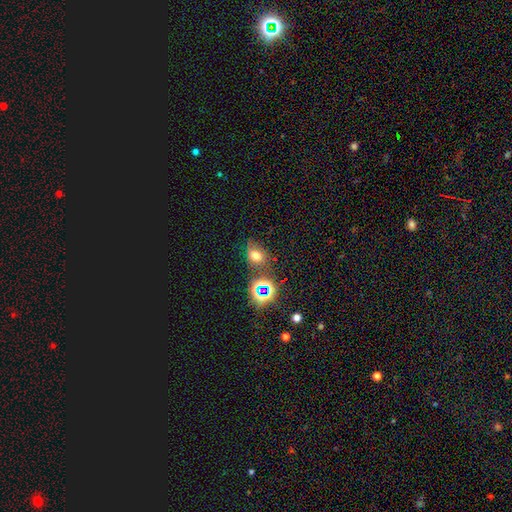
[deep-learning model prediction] smooth_or_featured: smooth (p=0.62) [alt: star or artifact p=0.25]
how_rounded: in between (p=0.55) [alt: round p=0.44]
merging: none (p=0.64) [alt: minor disturbance p=0.19]